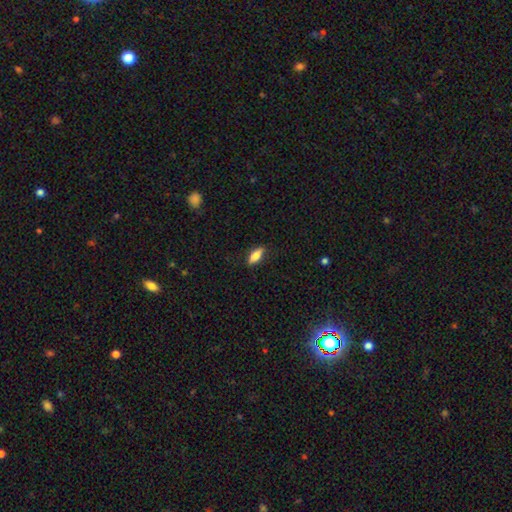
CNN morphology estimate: Smooth or featured? smooth (75%)
How rounded? in between (66%)
Merging? none (85%)